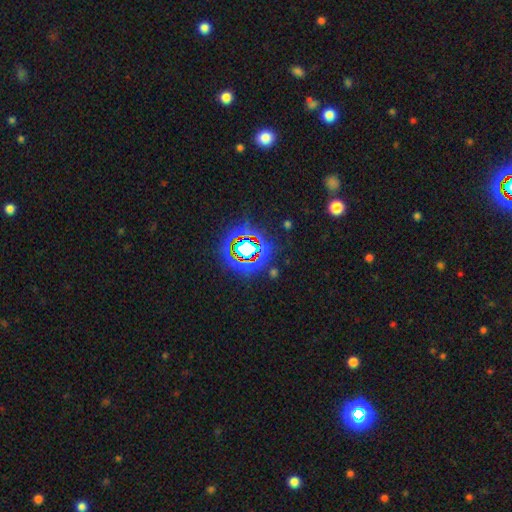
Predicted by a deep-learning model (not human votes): Q: Smooth or featured?
A: star or artifact (78%); runner-up: smooth (13%)